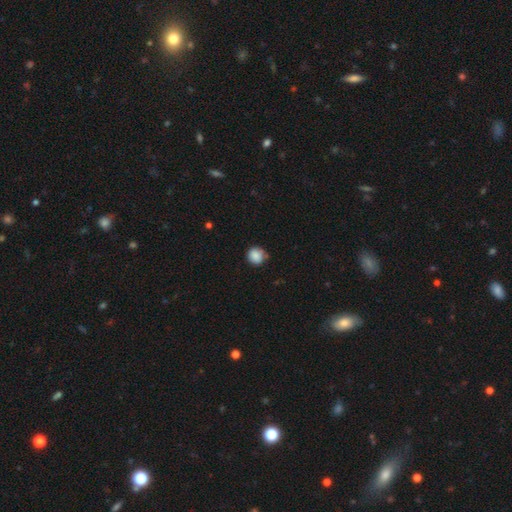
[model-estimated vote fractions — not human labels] smooth 87%, star or artifact 8%, featured or disk 5%. Down the decision tree: how rounded — round (90%); merging — none (75%).